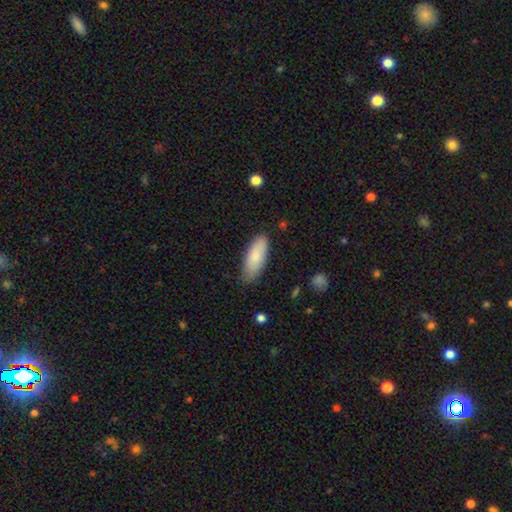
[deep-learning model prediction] A smooth galaxy with no disk features (83%) that is in between round and cigar-shaped (73%). Merging: none (77%).